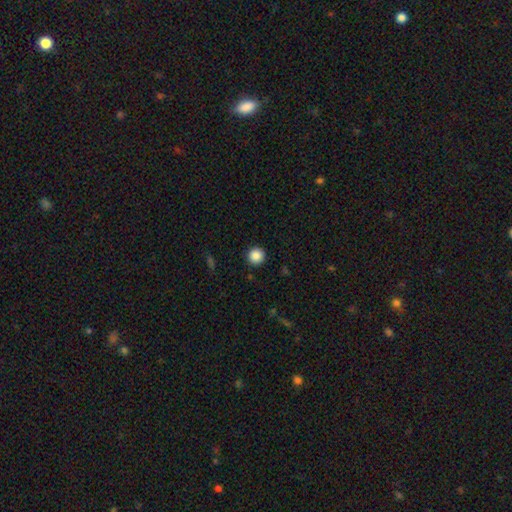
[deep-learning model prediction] This appears to be a smooth galaxy with no disk features (87%) that is round (96%). Merging: none (92%).